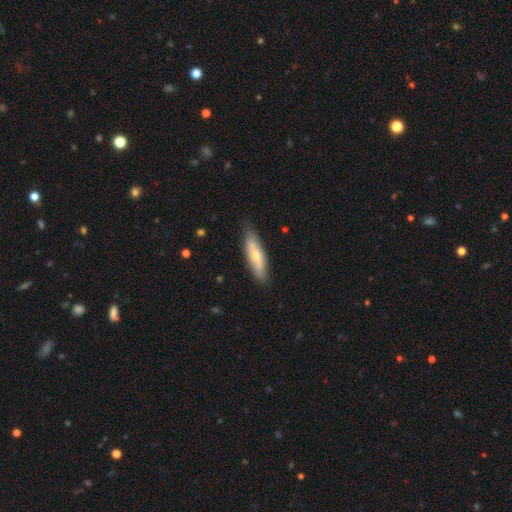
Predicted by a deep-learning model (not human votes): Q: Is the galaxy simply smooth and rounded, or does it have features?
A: smooth — 53%.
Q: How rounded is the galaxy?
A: cigar-shaped — 56%.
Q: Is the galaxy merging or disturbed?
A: none — 82%.